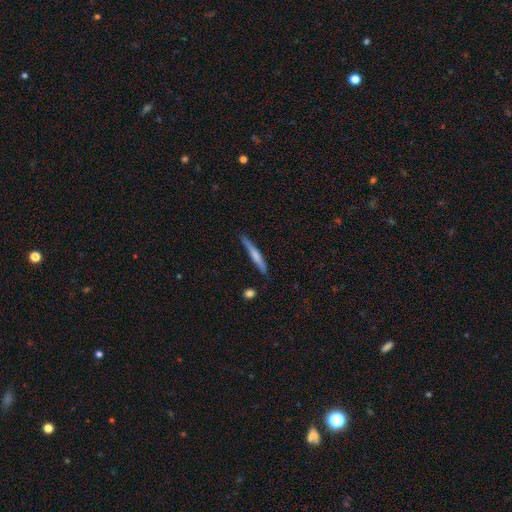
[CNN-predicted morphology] A smooth galaxy with no disk features (54%) that is cigar-shaped (95%). Merging: none (79%).